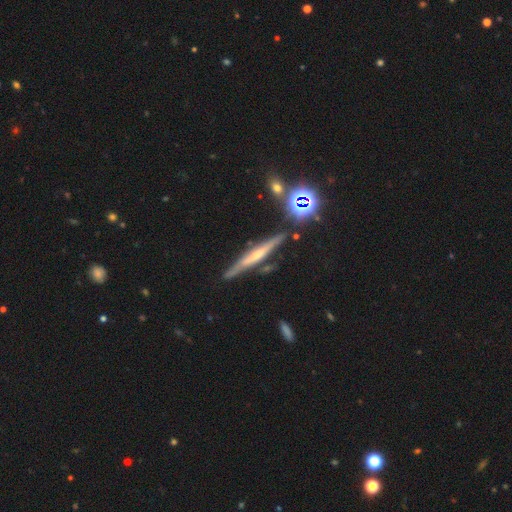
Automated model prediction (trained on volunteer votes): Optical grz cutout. It shows a featured or disk galaxy (67%) viewed edge-on (95%) with a rounded central bulge (53%). Merging: none (80%).